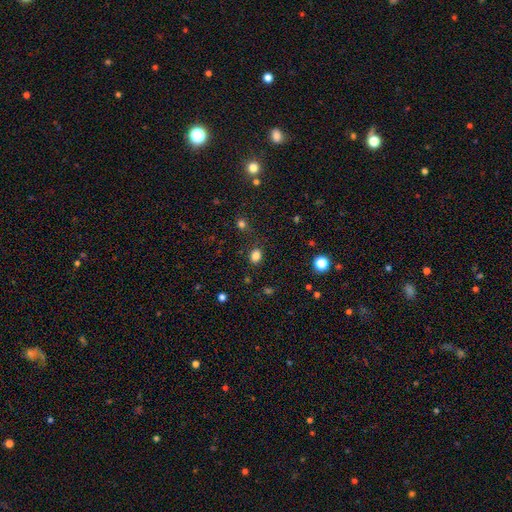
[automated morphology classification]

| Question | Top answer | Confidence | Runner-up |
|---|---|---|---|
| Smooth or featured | smooth | 83% | star or artifact (13%) |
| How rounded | in between | 55% | round (44%) |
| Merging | none | 82% | minor disturbance (12%) |